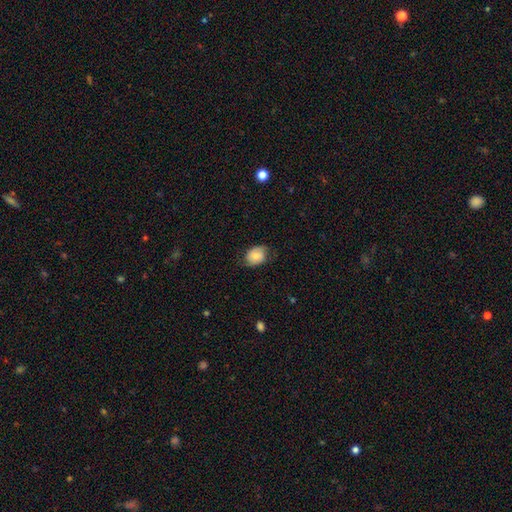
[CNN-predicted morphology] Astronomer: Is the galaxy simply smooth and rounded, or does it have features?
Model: smooth — 70%.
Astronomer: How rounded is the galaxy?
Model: in between — 60% (runner-up: round, 38%).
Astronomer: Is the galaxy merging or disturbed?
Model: none — 68%.